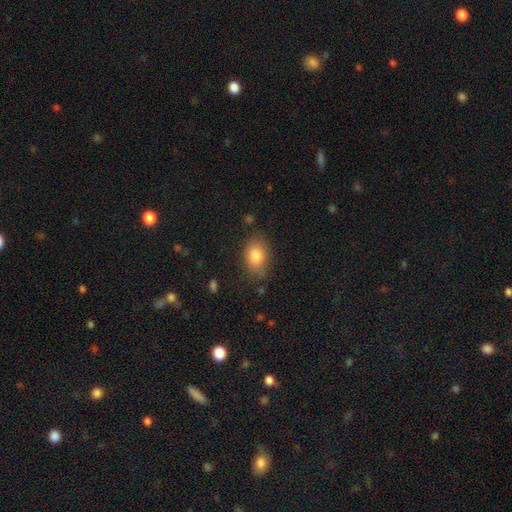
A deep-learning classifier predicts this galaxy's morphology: The model was most divided on "how rounded": in between: 78%, round: 21%, cigar-shaped: 1%. More confident: smooth or featured — smooth (82%); merging — none (77%).